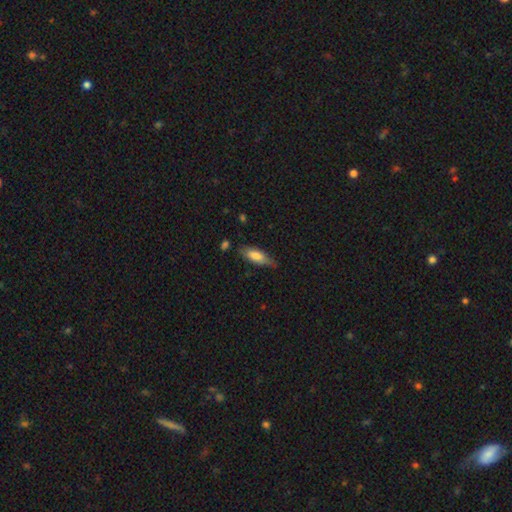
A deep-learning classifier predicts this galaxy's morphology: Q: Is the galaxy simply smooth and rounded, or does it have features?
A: smooth — 73%.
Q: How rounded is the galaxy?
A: in between — 62%.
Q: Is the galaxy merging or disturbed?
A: none — 69%.